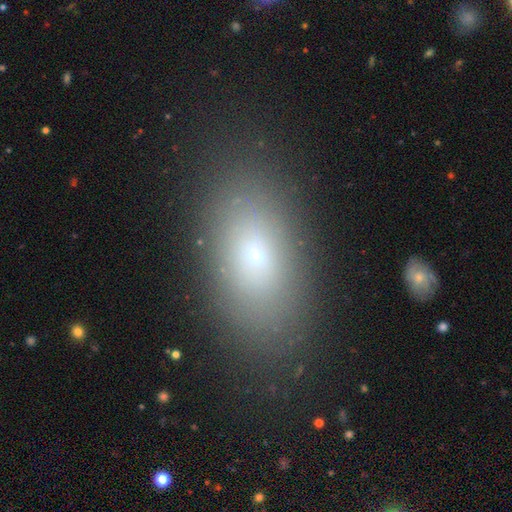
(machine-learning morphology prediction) A smooth galaxy with no disk features (63%) that is in between round and cigar-shaped (82%). Merging: none (83%).